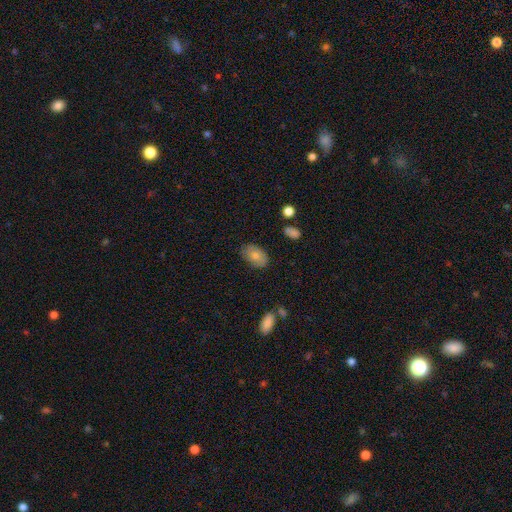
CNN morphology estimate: A smooth galaxy with no disk features (77%) that is in between round and cigar-shaped (89%). Merging: none (79%).